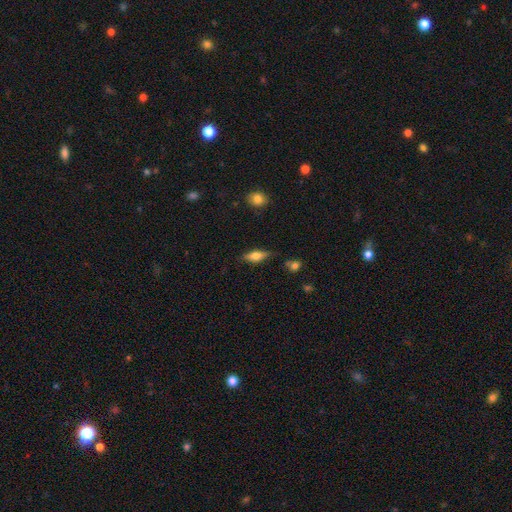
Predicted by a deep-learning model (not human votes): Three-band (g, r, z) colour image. It shows a smooth galaxy with no disk features (57%) that is in between round and cigar-shaped (64%). Merging: none (78%).